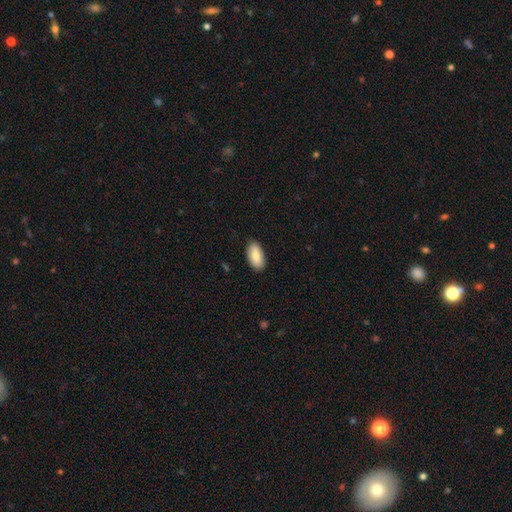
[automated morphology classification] The model was most divided on "smooth or featured": smooth: 85%, featured or disk: 9%, star or artifact: 6%. More confident: how rounded — in between (94%); merging — none (88%).